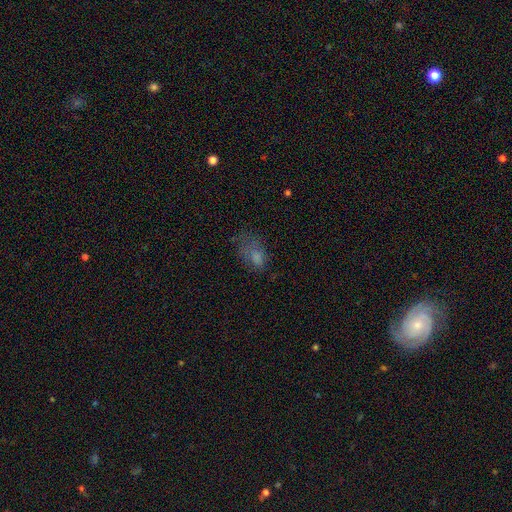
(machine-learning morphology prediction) Smooth or featured?
  - smooth: 66% *
  - featured or disk: 18%
  - star or artifact: 16%
How rounded?
  - in between: 86% *
  - round: 11%
  - cigar-shaped: 3%
Merging?
  - major disturbance: 36% *
  - none: 35%
  - minor disturbance: 26%
  - merger: 3%